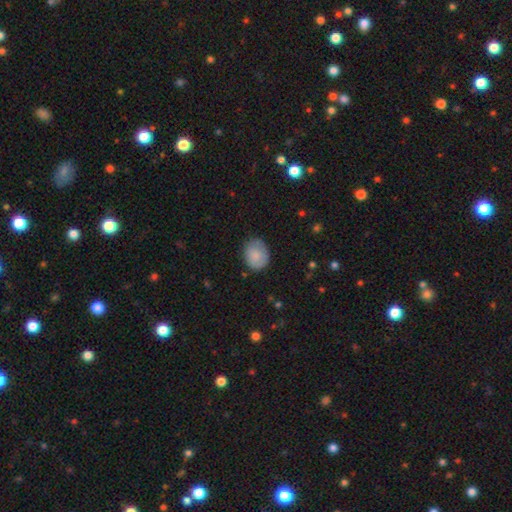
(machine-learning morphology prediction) The model was most divided on "how rounded": round: 52%, in between: 47%, cigar-shaped: 1%. More confident: smooth or featured — smooth (80%); merging — none (74%).